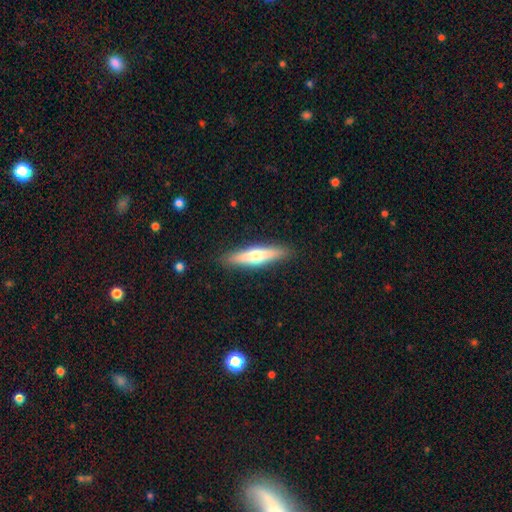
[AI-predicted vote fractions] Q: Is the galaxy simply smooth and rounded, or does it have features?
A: smooth — 50%.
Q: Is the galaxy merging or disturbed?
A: none — 90%.